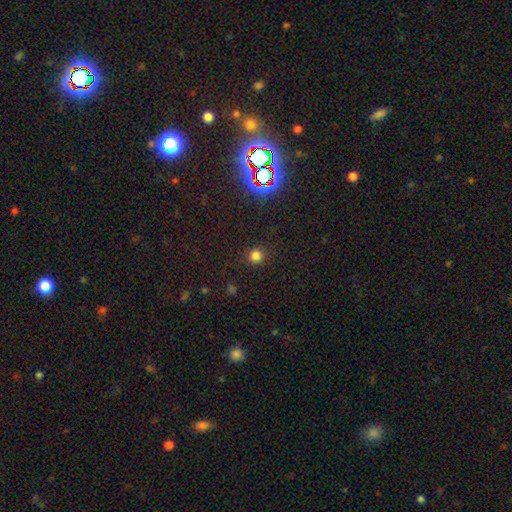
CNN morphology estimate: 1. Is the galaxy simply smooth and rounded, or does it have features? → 76% smooth, 19% star or artifact, 5% featured or disk.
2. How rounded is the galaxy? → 91% round, 8% in between, 1% cigar-shaped.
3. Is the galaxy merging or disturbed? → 89% none, 7% minor disturbance, 3% major disturbance, 1% merger.